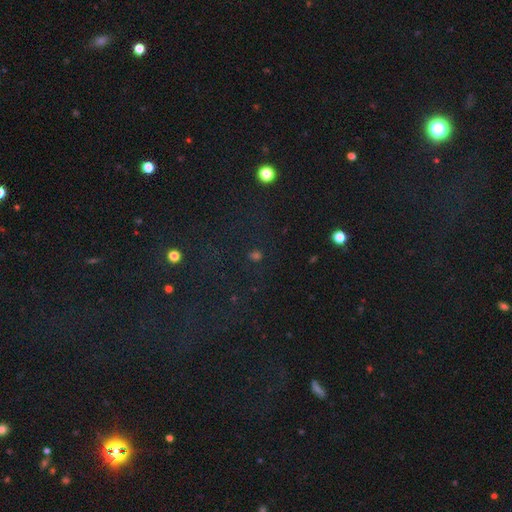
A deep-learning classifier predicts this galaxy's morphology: A star or artifact, not a galaxy (54%).

Vote fractions:
- Smooth or featured? star or artifact: 54% / smooth: 37% / featured or disk: 9%